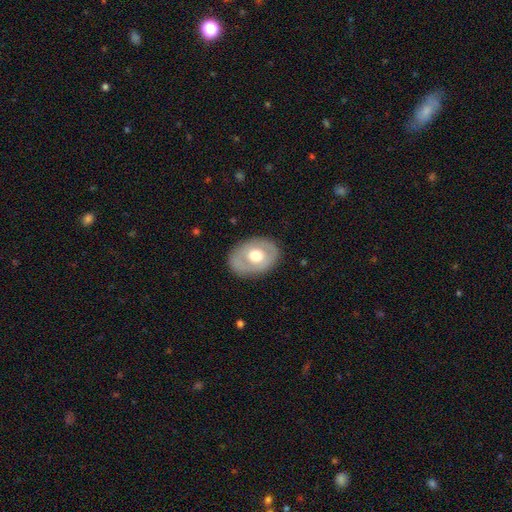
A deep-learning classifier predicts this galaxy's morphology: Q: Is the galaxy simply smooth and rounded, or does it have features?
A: smooth — 49%.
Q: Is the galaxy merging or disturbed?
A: none — 82%.